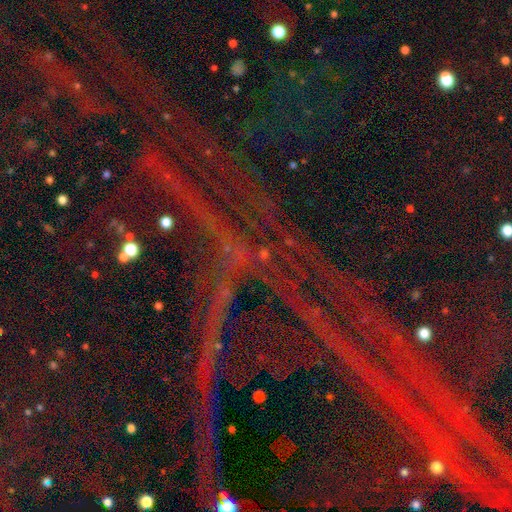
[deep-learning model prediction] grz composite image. It shows a star or artifact, not a galaxy (88%).